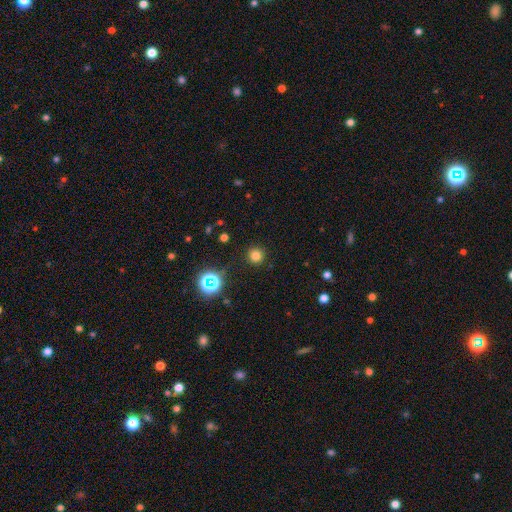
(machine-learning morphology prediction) Overall: smooth (76%). How rounded: round (95%). Merging: none (90%).